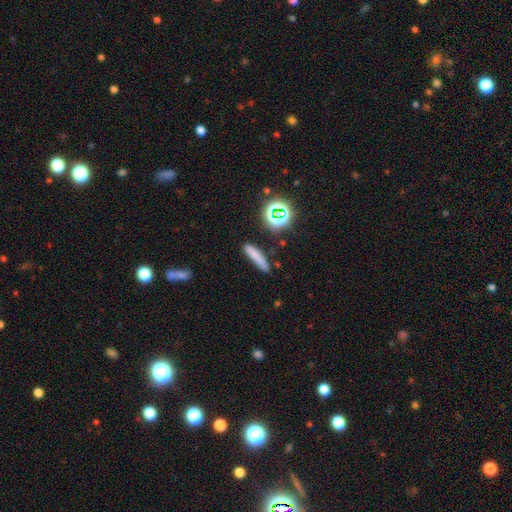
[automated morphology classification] Smooth or featured: smooth — 73% (star or artifact — 16%)
How rounded: cigar-shaped — 84% (in between — 12%)
Merging: none — 77% (minor disturbance — 15%)